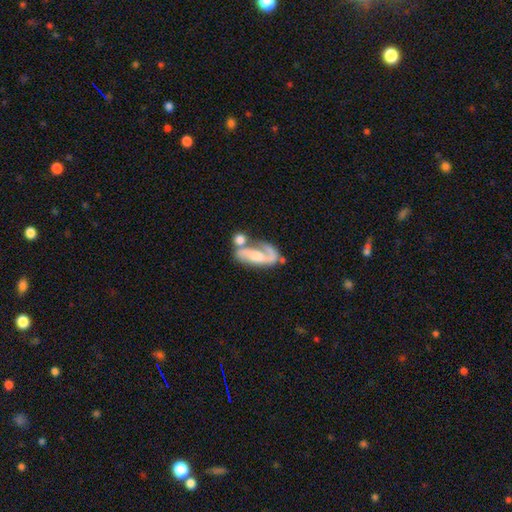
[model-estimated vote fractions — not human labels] Smooth or featured? featured or disk (72%)
Edge-on disk? no (95%)
Bar? no (51%)
Spiral arms? yes (88%)
Spiral winding? loose (43%)
Spiral arm count? 2 (56%)
Bulge size? moderate (31%)
Merging? merger (41%)